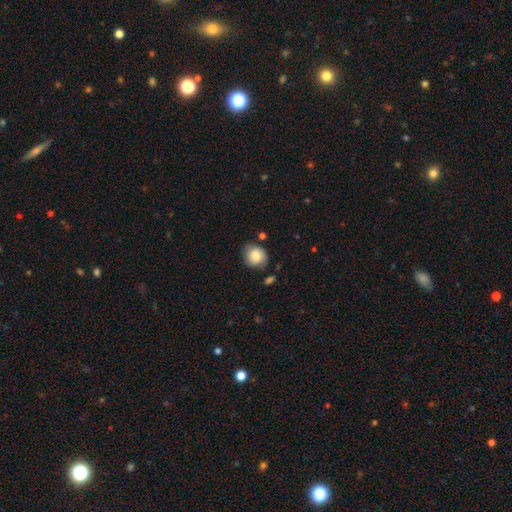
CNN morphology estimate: Overall: smooth (81%). How rounded: round (81%). Merging: none (69%).